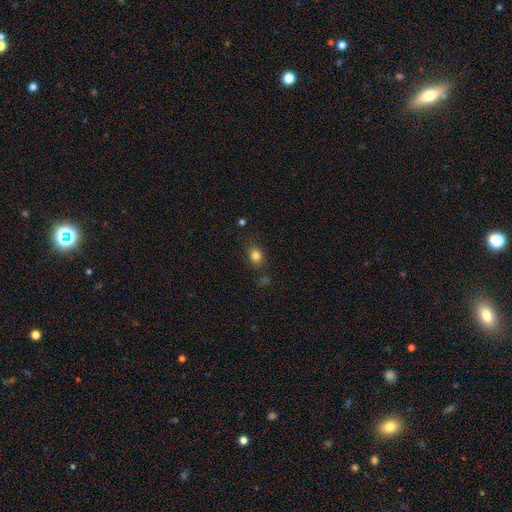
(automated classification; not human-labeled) Smooth or featured: smooth — 81% (star or artifact — 12%)
How rounded: in between — 53% (round — 46%)
Merging: none — 81% (minor disturbance — 13%)